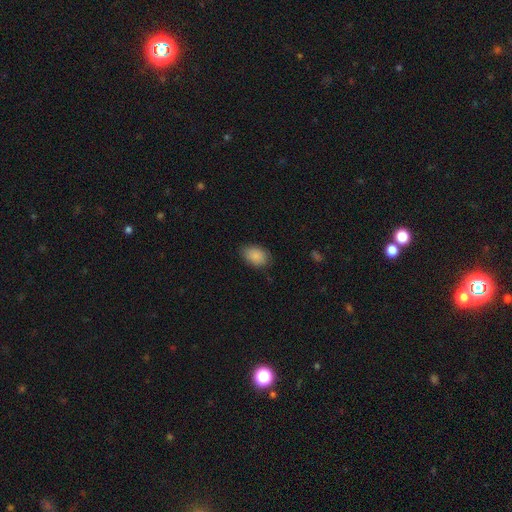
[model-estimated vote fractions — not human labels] smooth_or_featured: smooth (p=0.88) [alt: star or artifact p=0.07]
how_rounded: in between (p=0.87) [alt: round p=0.12]
merging: none (p=0.82) [alt: minor disturbance p=0.14]